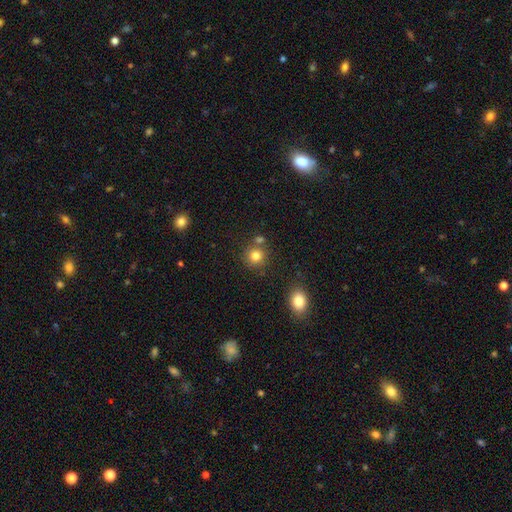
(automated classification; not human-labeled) Smooth or featured? Predicted: smooth (p=0.82). How rounded? Predicted: round (p=0.89). Merging? Predicted: none (p=0.73).